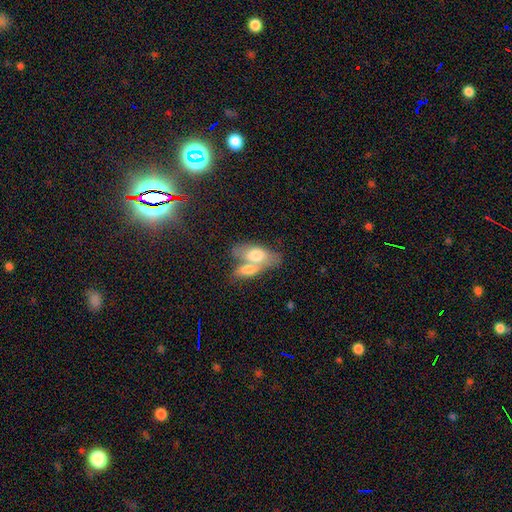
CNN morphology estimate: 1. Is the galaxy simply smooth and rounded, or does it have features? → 68% smooth, 26% featured or disk, 6% star or artifact.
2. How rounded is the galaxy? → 85% in between, 9% cigar-shaped, 5% round.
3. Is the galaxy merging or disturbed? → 63% merger, 24% none, 8% minor disturbance, 4% major disturbance.